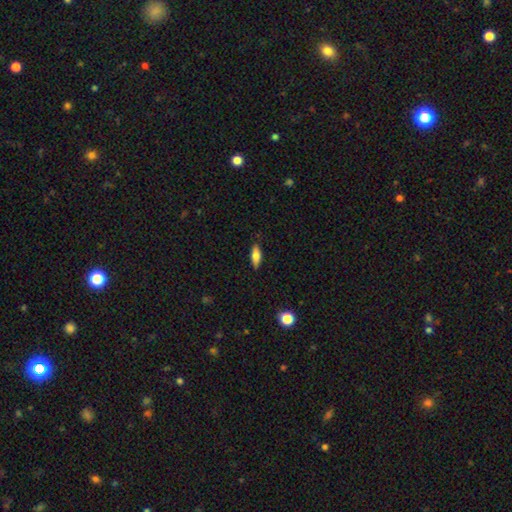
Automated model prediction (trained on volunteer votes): Overall: smooth (74%). How rounded: in between (69%). Merging: none (86%).